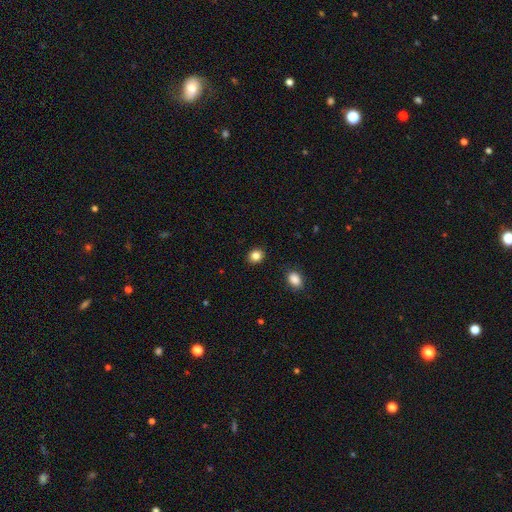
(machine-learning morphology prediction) Smooth or featured?
  - smooth: 84% *
  - star or artifact: 11%
  - featured or disk: 5%
How rounded?
  - round: 65% *
  - in between: 34%
  - cigar-shaped: 1%
Merging?
  - none: 90% *
  - minor disturbance: 7%
  - major disturbance: 2%
  - merger: 2%